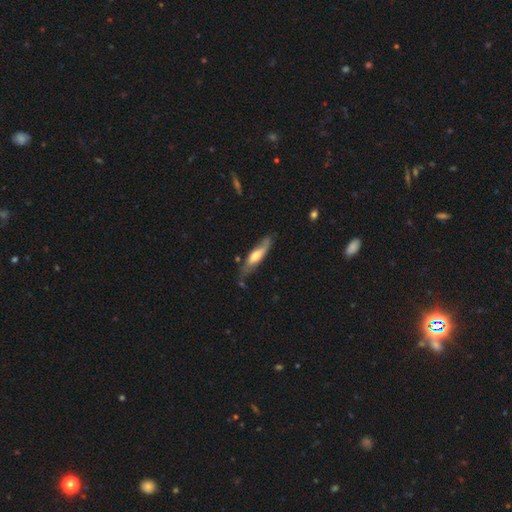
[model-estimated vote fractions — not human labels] Smooth or featured?
  - featured or disk: 49% *
  - smooth: 46%
  - star or artifact: 6%
Merging?
  - none: 64% *
  - minor disturbance: 25%
  - major disturbance: 7%
  - merger: 4%